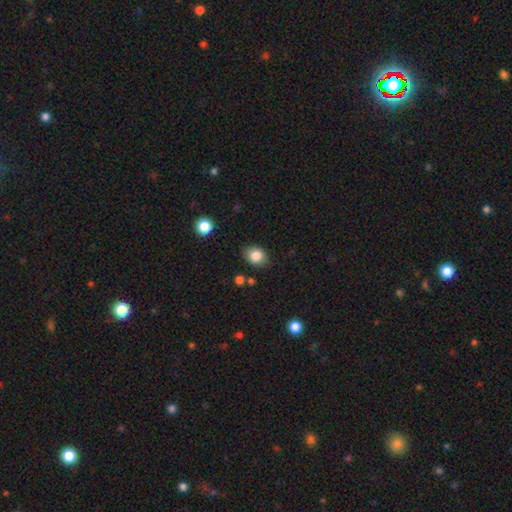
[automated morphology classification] Smooth or featured?
  - smooth: 84% *
  - star or artifact: 9%
  - featured or disk: 7%
How rounded?
  - round: 50% * (tied)
  - in between: 50% * (tied)
  - cigar-shaped: 1%
Merging?
  - none: 82% *
  - minor disturbance: 12%
  - major disturbance: 3%
  - merger: 2%